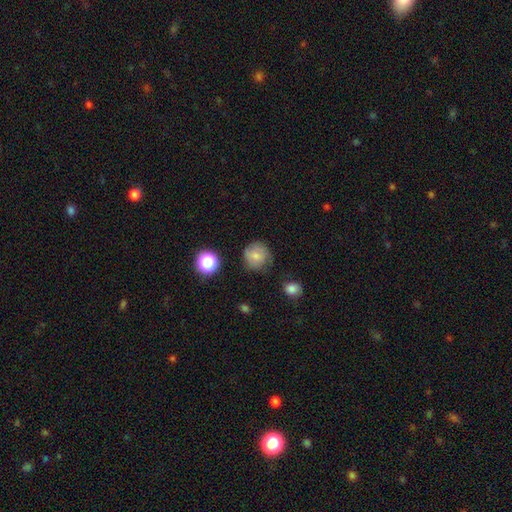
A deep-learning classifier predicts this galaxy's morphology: This is likely a smooth galaxy (73%). How rounded: clearly round (90%). Merging: likely none (69%).